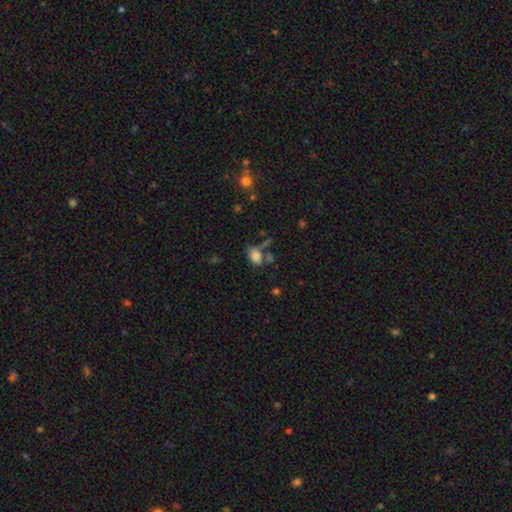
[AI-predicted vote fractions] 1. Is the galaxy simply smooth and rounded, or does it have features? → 83% smooth, 11% star or artifact, 7% featured or disk.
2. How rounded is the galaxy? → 86% in between, 12% round, 2% cigar-shaped.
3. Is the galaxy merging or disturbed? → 53% none, 20% minor disturbance, 18% merger, 9% major disturbance.